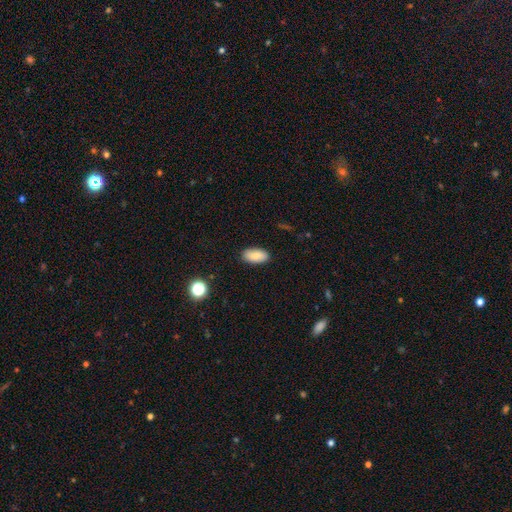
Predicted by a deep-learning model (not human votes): Smooth or featured? smooth (83%)
How rounded? in between (92%)
Merging? none (88%)